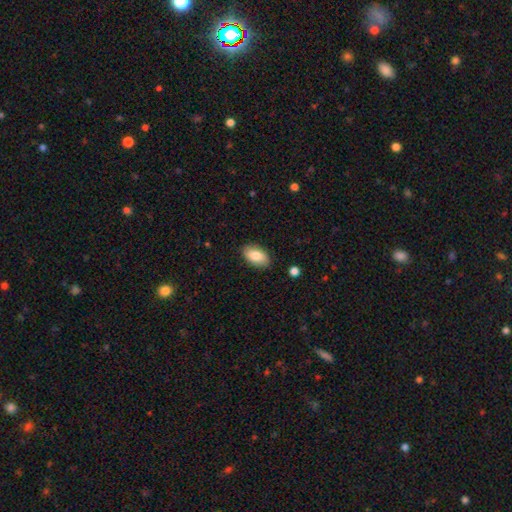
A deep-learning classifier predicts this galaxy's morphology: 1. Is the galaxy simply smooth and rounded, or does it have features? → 80% smooth, 14% featured or disk, 6% star or artifact.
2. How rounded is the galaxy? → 93% in between, 5% round, 2% cigar-shaped.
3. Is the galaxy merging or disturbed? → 87% none, 10% minor disturbance, 2% major disturbance, 1% merger.